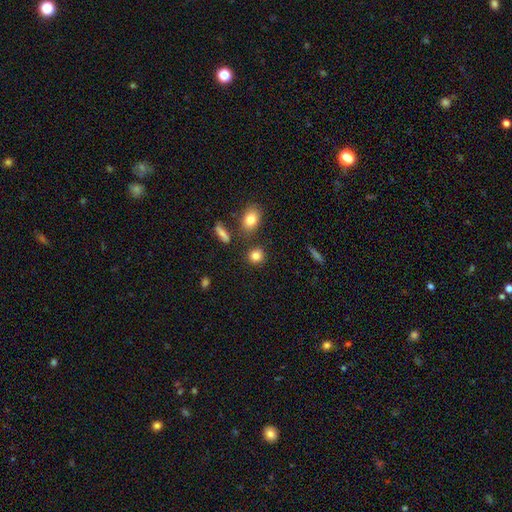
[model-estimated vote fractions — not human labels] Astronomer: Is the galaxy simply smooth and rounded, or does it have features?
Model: smooth — 84%.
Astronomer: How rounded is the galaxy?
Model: round — 80%.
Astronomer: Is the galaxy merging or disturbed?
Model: none — 80%.